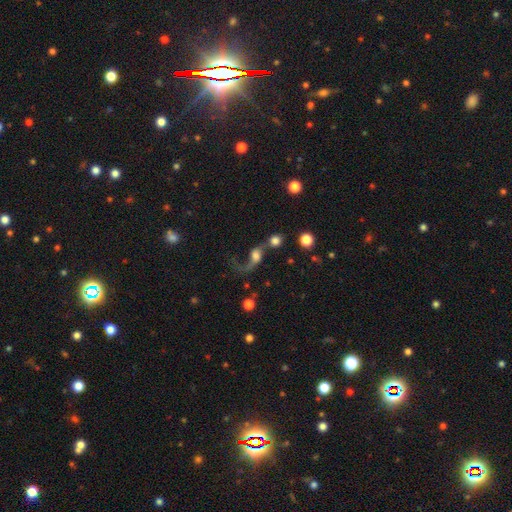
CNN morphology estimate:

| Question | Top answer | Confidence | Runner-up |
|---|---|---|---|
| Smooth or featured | featured or disk | 52% | smooth (35%) |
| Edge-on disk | no | 93% | yes (7%) |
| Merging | merger | 38% | major disturbance (29%) |